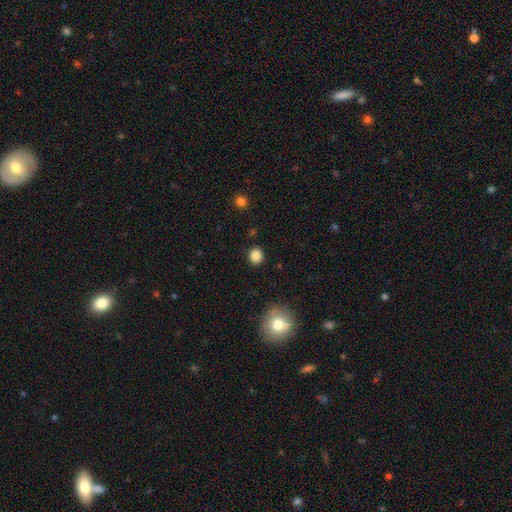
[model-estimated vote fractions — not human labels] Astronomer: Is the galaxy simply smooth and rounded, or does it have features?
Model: smooth — 86%.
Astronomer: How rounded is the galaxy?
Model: round — 85%.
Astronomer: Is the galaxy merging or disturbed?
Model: none — 90%.